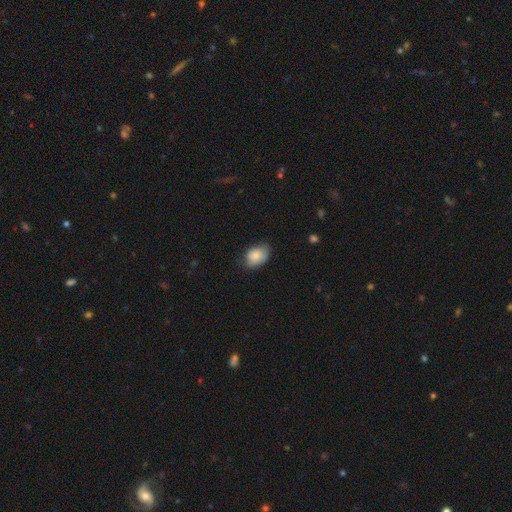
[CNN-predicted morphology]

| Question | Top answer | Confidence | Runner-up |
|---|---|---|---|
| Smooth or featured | smooth | 81% | featured or disk (12%) |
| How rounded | in between | 78% | round (21%) |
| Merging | none | 61% | minor disturbance (32%) |